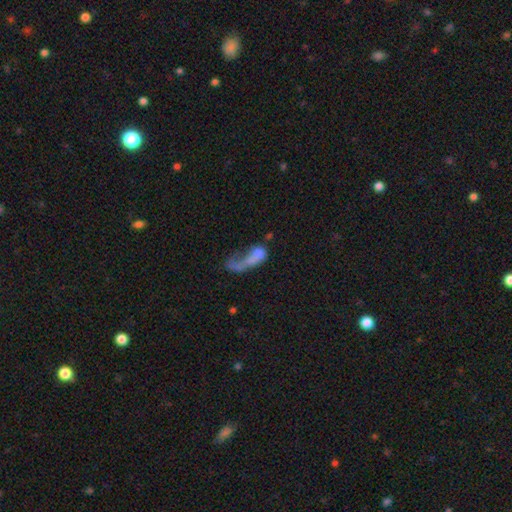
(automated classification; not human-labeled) Smooth or featured? smooth (50%)
How rounded? in between (68%)
Merging? major disturbance (53%)